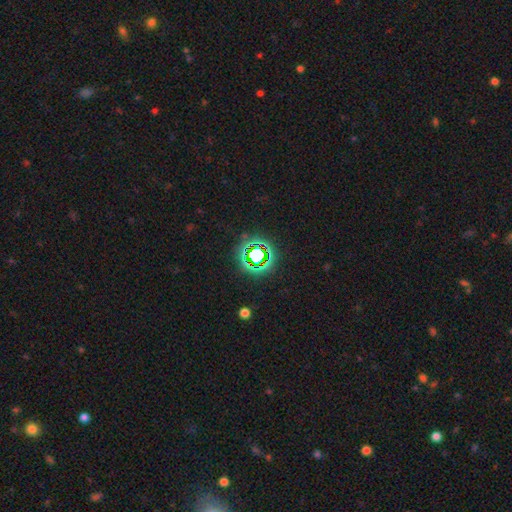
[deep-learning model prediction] The model was most divided on "smooth or featured": star or artifact: 71%, smooth: 18%, featured or disk: 11%.